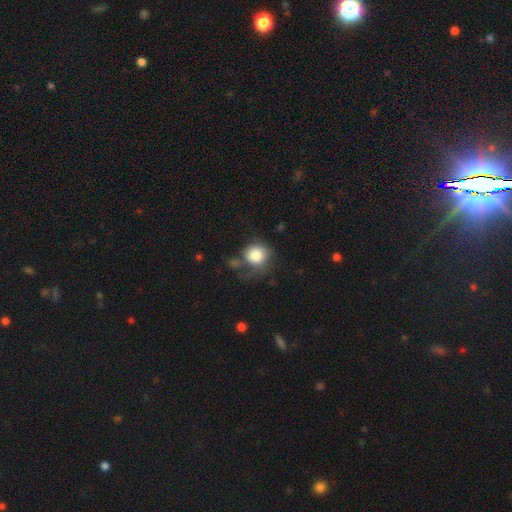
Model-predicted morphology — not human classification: A smooth galaxy with no disk features (81%) that is round (85%).

Vote fractions:
- Smooth or featured? smooth: 81% / featured or disk: 10% / star or artifact: 9%
- How rounded? round: 85% / in between: 14% / cigar-shaped: 1%
- Merging? none: 46% / minor disturbance: 25% / major disturbance: 19% / merger: 10%